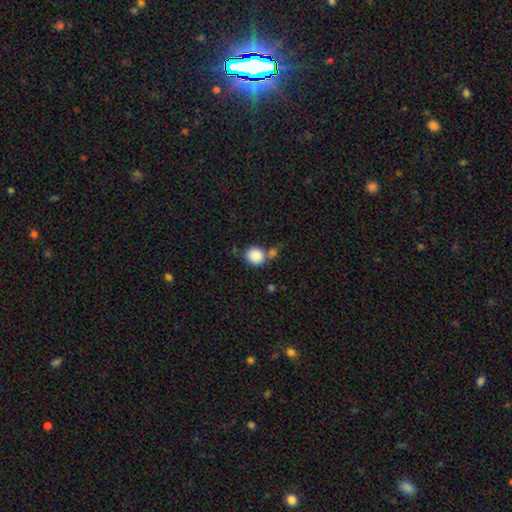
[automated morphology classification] A smooth galaxy with no disk features (87%) that is round (69%).

Vote fractions:
- Smooth or featured? smooth: 87% / star or artifact: 8% / featured or disk: 5%
- How rounded? round: 69% / in between: 30% / cigar-shaped: 1%
- Merging? none: 56% / merger: 25% / minor disturbance: 14% / major disturbance: 5%